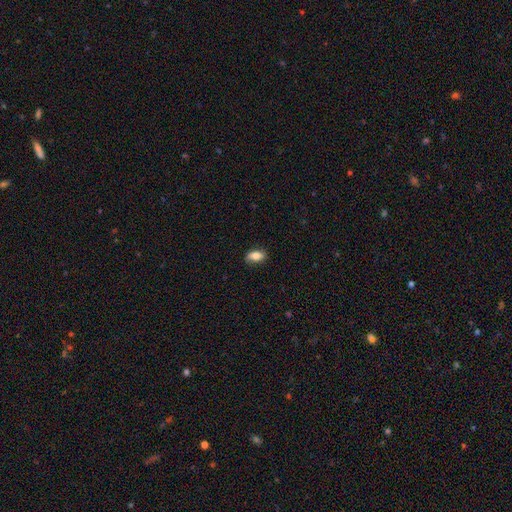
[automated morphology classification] type=smooth (79%); roundness=in between (87%); merging=none (80%).